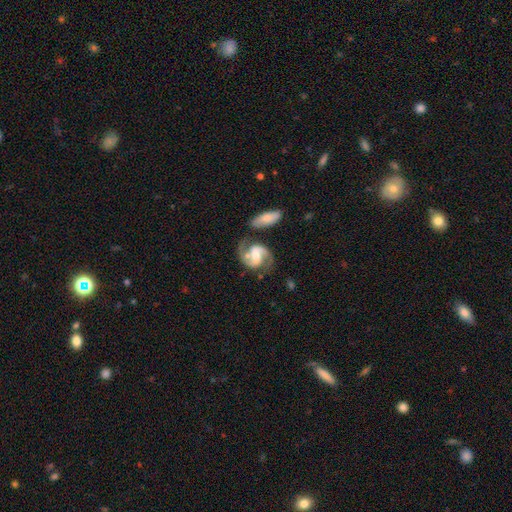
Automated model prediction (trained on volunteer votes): A featured or disk galaxy (88%) with a weak bar (42%), 2 (93%) medium (60%) spiral arms (97%) and a moderate central bulge (58%).

Vote fractions:
- Smooth or featured? featured or disk: 88% / smooth: 7% / star or artifact: 5%
- Edge-on disk? no: 97% / yes: 3%
- Bar? weak: 42% / no: 35% / strong: 23%
- Spiral arms? yes: 97% / no: 3%
- Spiral winding? medium: 60% / loose: 21% / tight: 19%
- Spiral arm count? 2: 93% / can't tell: 3% / 1: 2% / 3: 1% / 4: 1% / more than 4: 1%
- Bulge size? moderate: 58% / small: 33% / large: 5% / none: 2% / dominant: 1%
- Merging? none: 63% / minor disturbance: 15% / merger: 15% / major disturbance: 7%